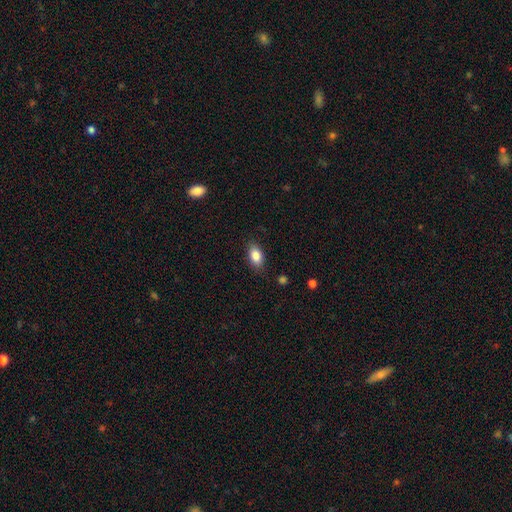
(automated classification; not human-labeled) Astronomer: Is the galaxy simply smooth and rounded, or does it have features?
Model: smooth — 86%.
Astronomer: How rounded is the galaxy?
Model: in between — 89%.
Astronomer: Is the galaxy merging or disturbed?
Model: none — 84%.